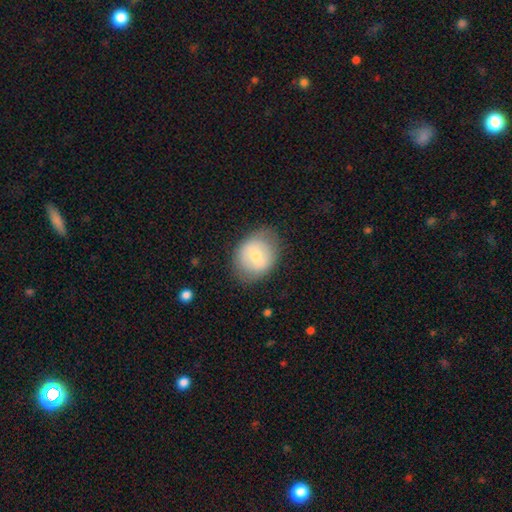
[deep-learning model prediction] smooth-or-featured: smooth: 63% | featured or disk: 30% | star or artifact: 7%
  how-rounded: round: 56% | in between: 43% | cigar-shaped: 1%
  merging: none: 72% | minor disturbance: 20% | major disturbance: 7% | merger: 1%